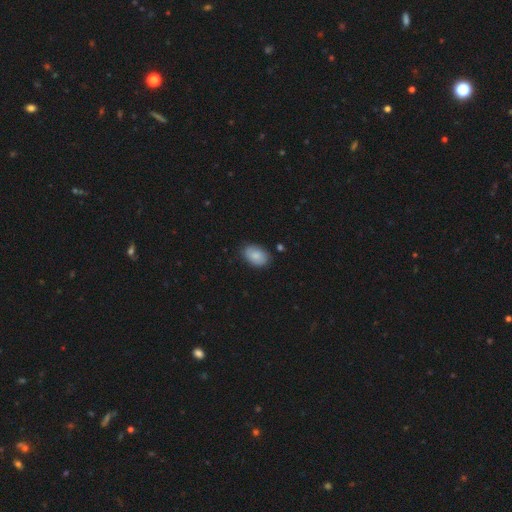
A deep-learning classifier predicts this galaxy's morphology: This appears to be a smooth galaxy with no disk features (83%) that is in between round and cigar-shaped (87%). Merging: none (80%).